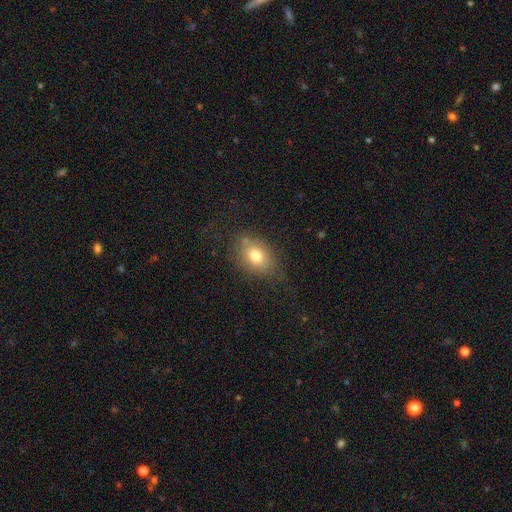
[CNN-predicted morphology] Smooth or featured?
  - smooth: 75% *
  - featured or disk: 15%
  - star or artifact: 10%
How rounded?
  - in between: 70% *
  - round: 29%
  - cigar-shaped: 2%
Merging?
  - none: 66% *
  - minor disturbance: 22%
  - major disturbance: 9%
  - merger: 3%